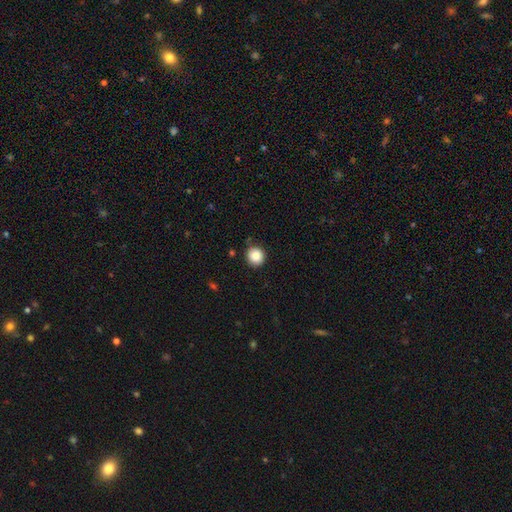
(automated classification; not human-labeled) Morphology: type=smooth (86%); roundness=round (91%); merging=none (85%).